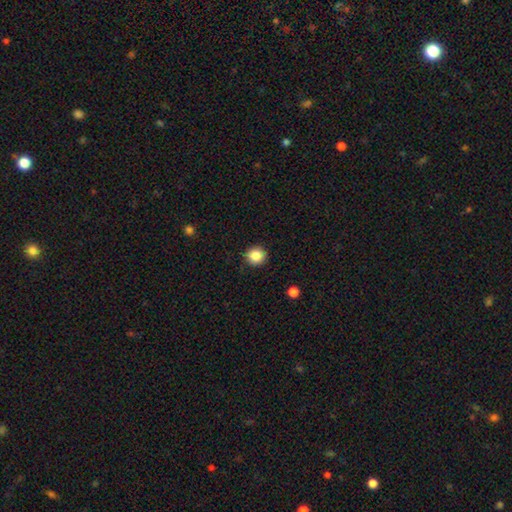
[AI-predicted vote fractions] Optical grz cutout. It shows a smooth galaxy with no disk features (86%) that is round (90%). Merging: none (89%).